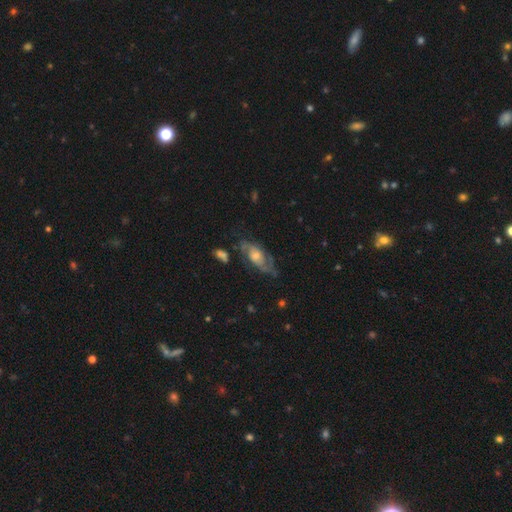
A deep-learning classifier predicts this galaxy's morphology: Overall: featured or disk (74%). Edge-on disk: no (90%). Bar: no (69%). Spiral arms: yes (87%). Spiral arm count: 2 (61%; can't tell 25%). Spiral winding: medium (44%; tight 35%). Bulge size: moderate (54%; small 33%). Merging: none (57%; minor disturbance 24%).